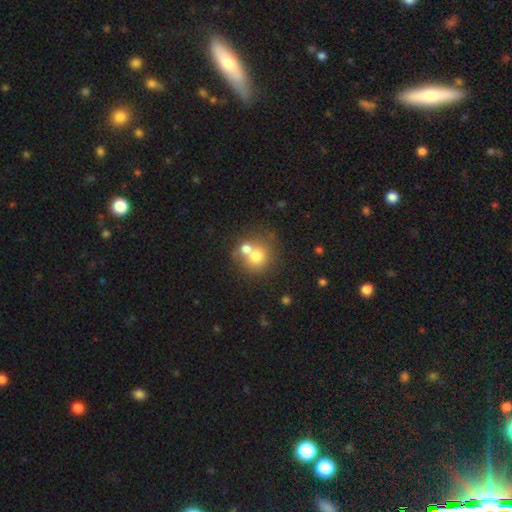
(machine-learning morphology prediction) type=smooth (71%); roundness=round (82%); merging=merger (48%).